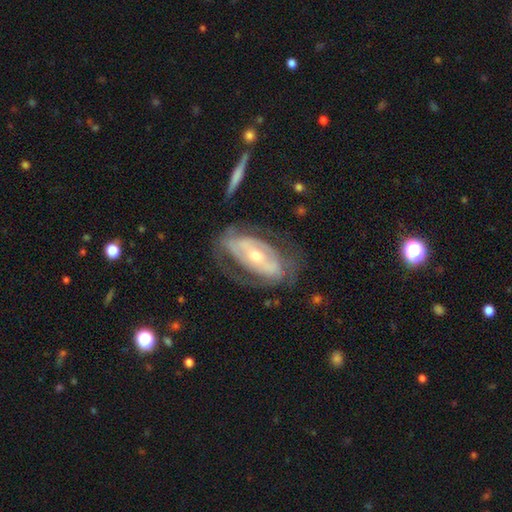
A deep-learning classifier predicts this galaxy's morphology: Smooth or featured?
  - featured or disk: 79% *
  - smooth: 16%
  - star or artifact: 6%
Edge-on disk?
  - no: 91% *
  - yes: 9%
Bar?
  - no: 35% * (tied)
  - strong: 35% * (tied)
  - weak: 30%
Spiral arms?
  - yes: 73% *
  - no: 27%
Spiral winding?
  - tight: 48% *
  - medium: 35%
  - loose: 17%
Spiral arm count?
  - 2: 56% *
  - can't tell: 29%
  - 1: 7%
  - 3: 5%
  - 4: 2%
  - more than 4: 2%
Bulge size?
  - moderate: 53% *
  - small: 41%
  - large: 3%
  - none: 1%
  - dominant: 1%
Merging?
  - none: 58% *
  - minor disturbance: 20%
  - major disturbance: 20%
  - merger: 3%